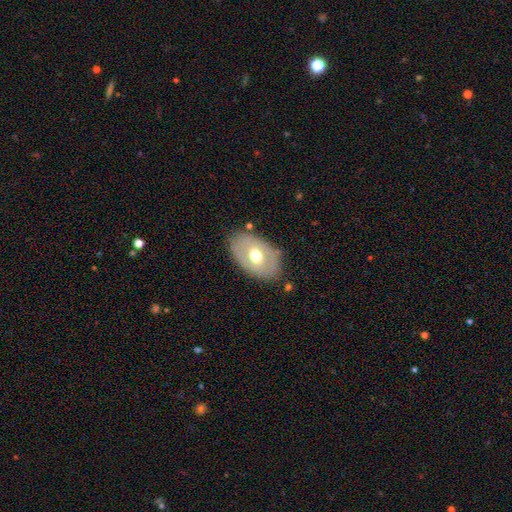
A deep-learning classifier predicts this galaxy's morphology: Overall: smooth (49%; featured or disk 45%). Merging: none (77%).